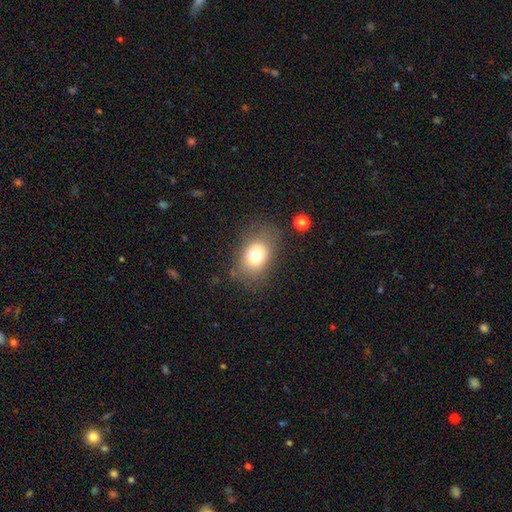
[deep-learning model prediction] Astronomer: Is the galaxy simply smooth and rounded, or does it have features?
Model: smooth — 74%.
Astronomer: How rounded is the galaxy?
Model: in between — 68%.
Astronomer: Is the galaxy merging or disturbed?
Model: none — 70%.